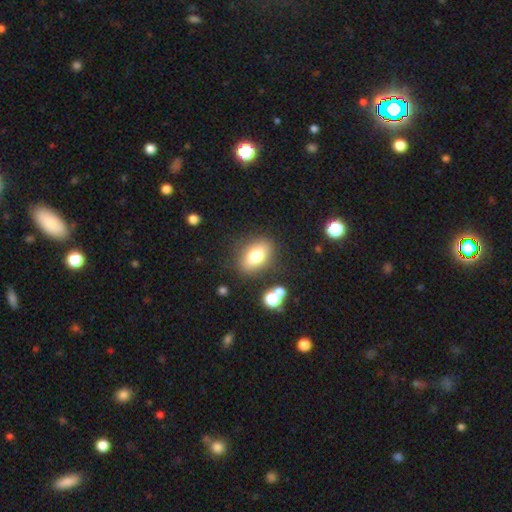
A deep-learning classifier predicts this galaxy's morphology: Smooth or featured? smooth (76%)
How rounded? in between (79%)
Merging? none (81%)